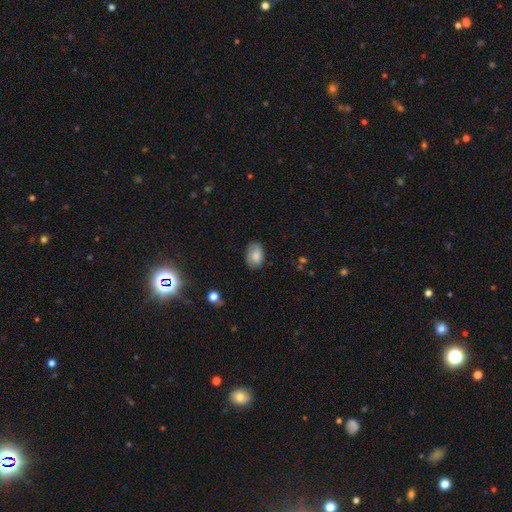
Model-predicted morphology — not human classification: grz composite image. It shows a smooth galaxy with no disk features (81%) that is in between round and cigar-shaped (84%). Merging: none (76%).